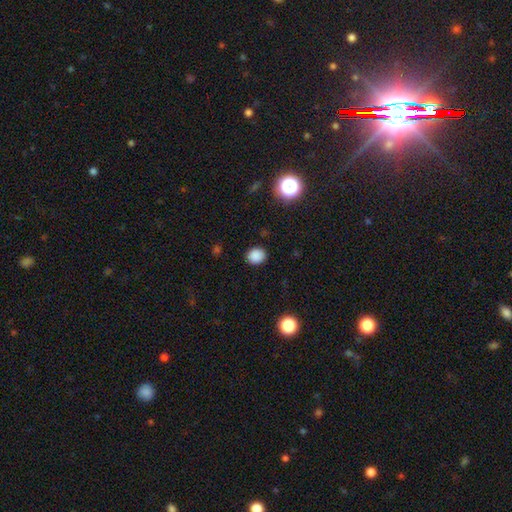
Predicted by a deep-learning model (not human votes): The model was most divided on "how rounded": round: 67%, in between: 33%, cigar-shaped: 1%. More confident: merging — none (89%); smooth or featured — smooth (86%).